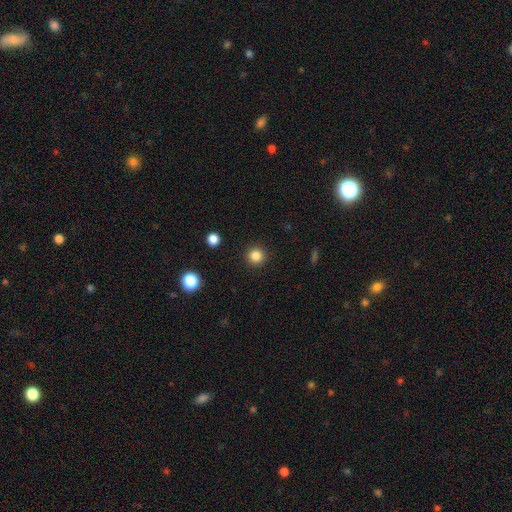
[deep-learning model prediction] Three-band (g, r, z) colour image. It shows a smooth galaxy with no disk features (84%) that is round (95%). Merging: none (92%).